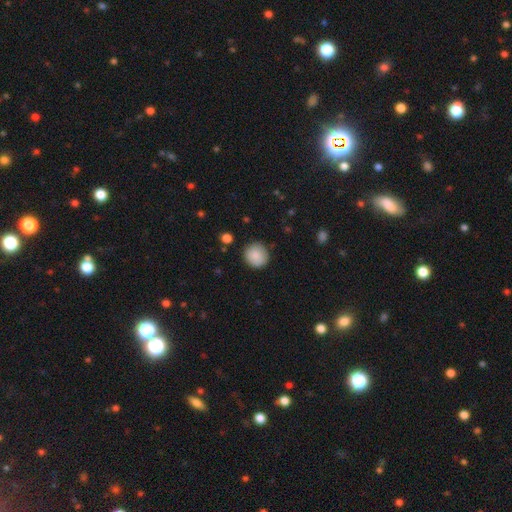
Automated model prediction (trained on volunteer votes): This appears to be a smooth galaxy with no disk features (88%) that is round (92%). Merging: none (87%).